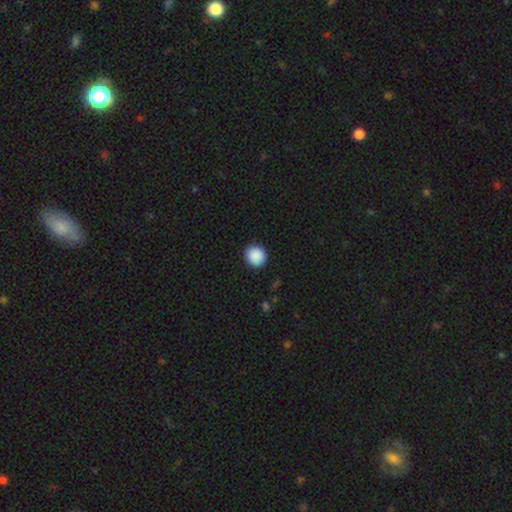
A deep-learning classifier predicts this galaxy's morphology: Overall: smooth (90%). How rounded: round (90%). Merging: none (92%).